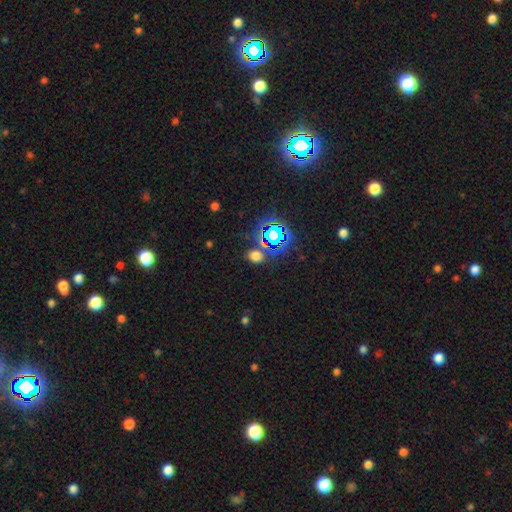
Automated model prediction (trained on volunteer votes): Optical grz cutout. It shows a smooth galaxy with no disk features (58%) that is round (58%). Merging: none (79%).